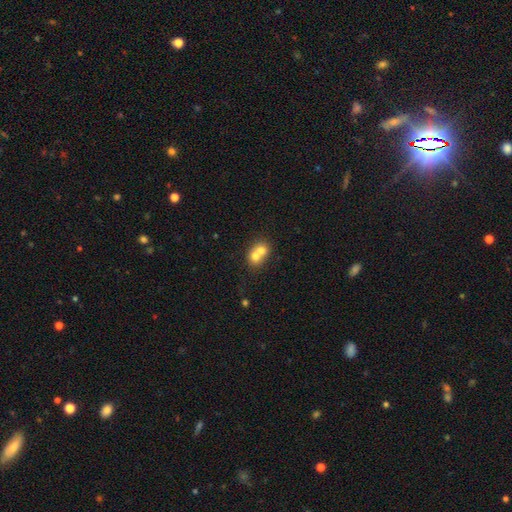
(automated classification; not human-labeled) Smooth or featured? smooth (68%)
How rounded? round (68%)
Merging? merger (73%)